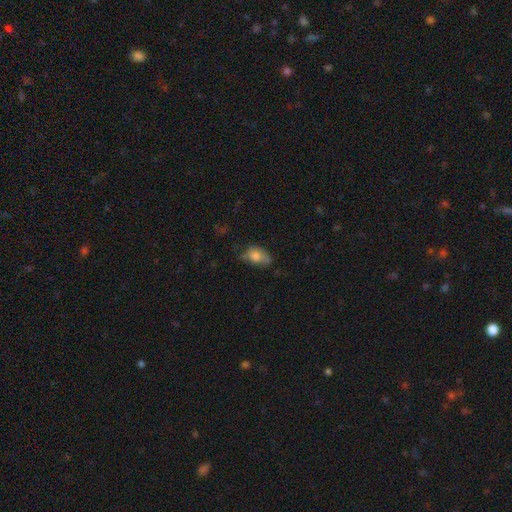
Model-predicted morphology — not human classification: Q: Smooth or featured?
A: smooth (70%); runner-up: featured or disk (20%)
Q: How rounded?
A: in between (80%); runner-up: round (18%)
Q: Merging?
A: none (42%); runner-up: minor disturbance (37%)